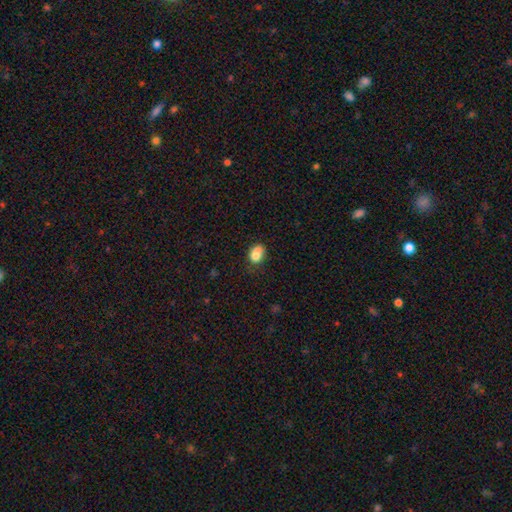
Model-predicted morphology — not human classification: type=smooth (82%); roundness=in between (78%); merging=none (55%).